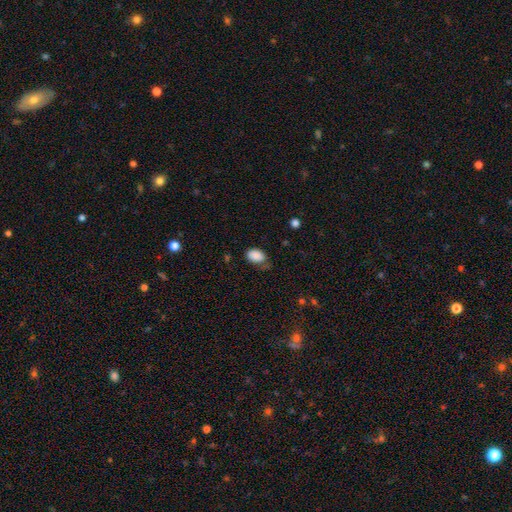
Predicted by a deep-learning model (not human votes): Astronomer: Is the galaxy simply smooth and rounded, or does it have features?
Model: smooth — 87%.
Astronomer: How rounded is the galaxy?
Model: in between — 86%.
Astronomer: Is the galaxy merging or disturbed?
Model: none — 55% (runner-up: minor disturbance, 32%).